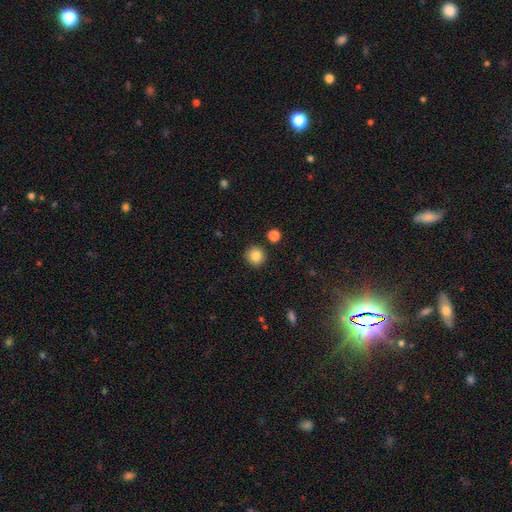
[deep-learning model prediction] smooth 84%, star or artifact 10%, featured or disk 6%. Down the decision tree: how rounded — round (94%); merging — none (90%).